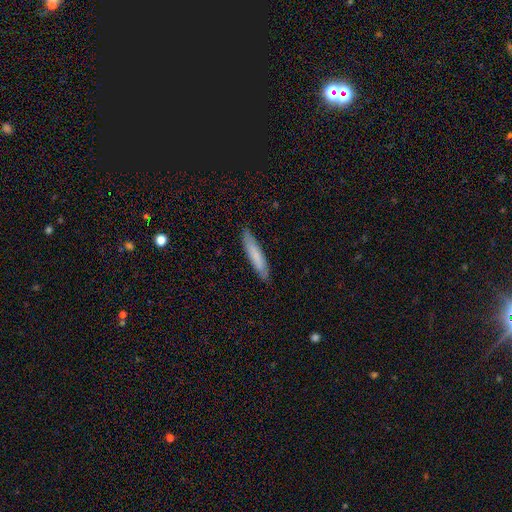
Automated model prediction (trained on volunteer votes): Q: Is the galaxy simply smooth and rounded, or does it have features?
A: smooth — 74%.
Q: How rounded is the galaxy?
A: cigar-shaped — 87%.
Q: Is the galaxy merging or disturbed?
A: none — 85%.